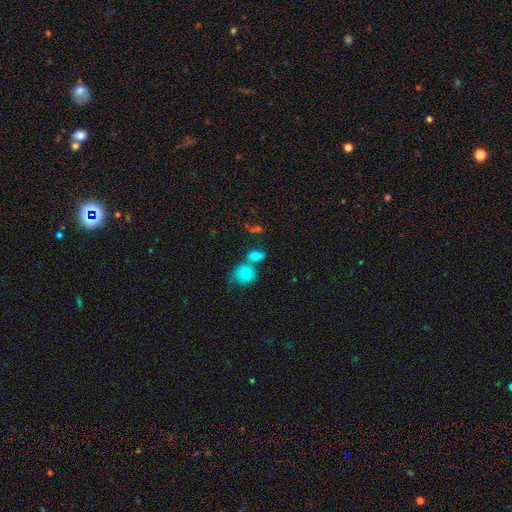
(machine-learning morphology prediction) smooth_or_featured: smooth (p=0.81) [alt: featured or disk p=0.10]
how_rounded: in between (p=0.64) [alt: round p=0.33]
merging: merger (p=0.43) [alt: none p=0.40]